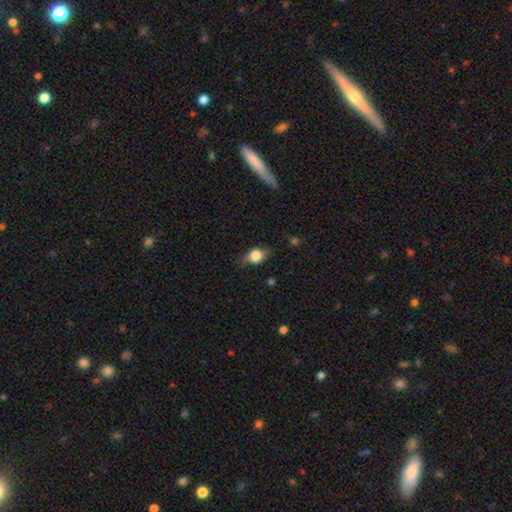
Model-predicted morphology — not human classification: This is likely a smooth galaxy (70%). How rounded: likely in between (64%). Merging: likely none (72%).